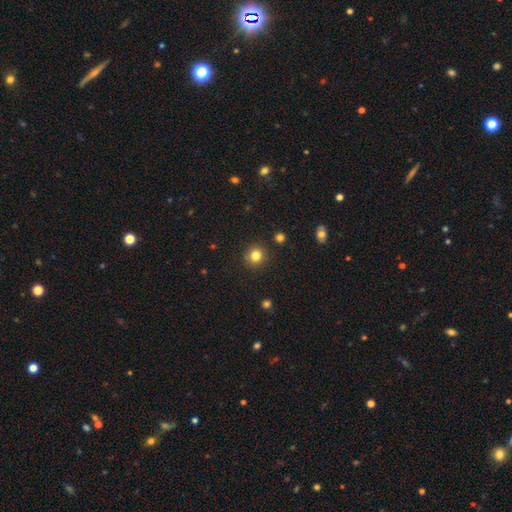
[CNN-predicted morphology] smooth 82%, star or artifact 12%, featured or disk 6%. Down the decision tree: how rounded — round (91%); merging — none (90%).